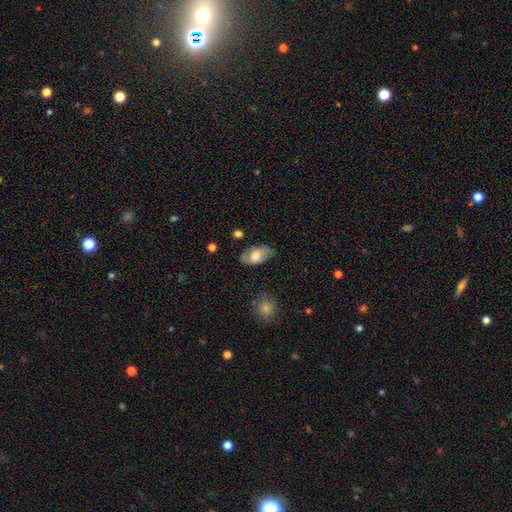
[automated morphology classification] Smooth or featured?
  - smooth: 60% *
  - featured or disk: 33%
  - star or artifact: 7%
How rounded?
  - in between: 93% *
  - round: 5%
  - cigar-shaped: 2%
Merging?
  - none: 71% *
  - minor disturbance: 21%
  - major disturbance: 6%
  - merger: 2%